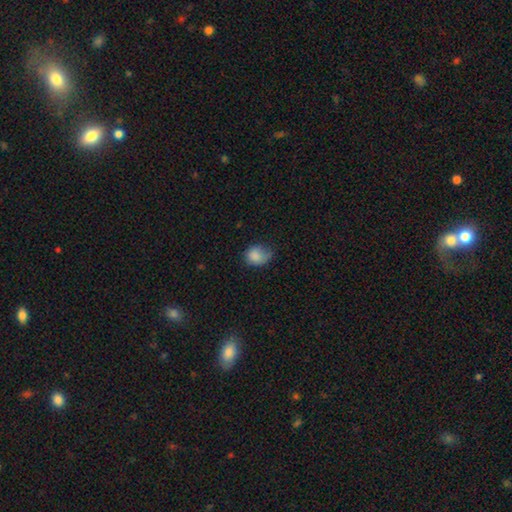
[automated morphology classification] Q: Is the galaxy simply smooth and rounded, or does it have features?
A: smooth — 83%.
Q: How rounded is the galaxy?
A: round — 55%.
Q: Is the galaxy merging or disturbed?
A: none — 40%.